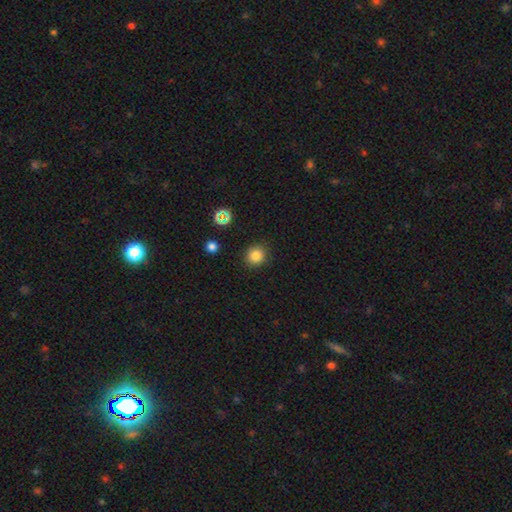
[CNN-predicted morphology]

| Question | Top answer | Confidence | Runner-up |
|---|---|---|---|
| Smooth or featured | smooth | 82% | star or artifact (13%) |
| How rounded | round | 88% | in between (11%) |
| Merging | none | 89% | minor disturbance (7%) |